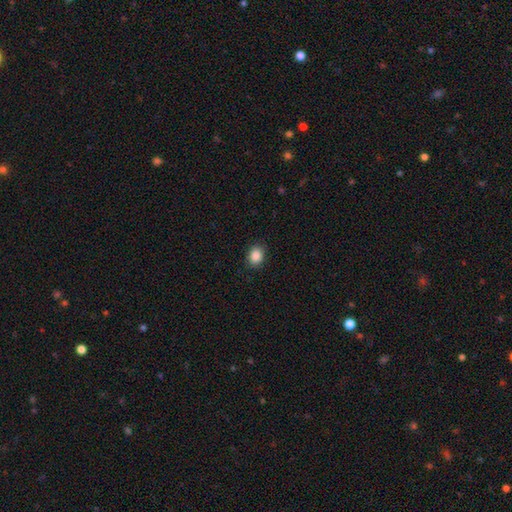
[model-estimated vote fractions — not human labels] smooth 88%, star or artifact 9%, featured or disk 3%. Down the decision tree: how rounded — in between (53%); merging — none (87%).